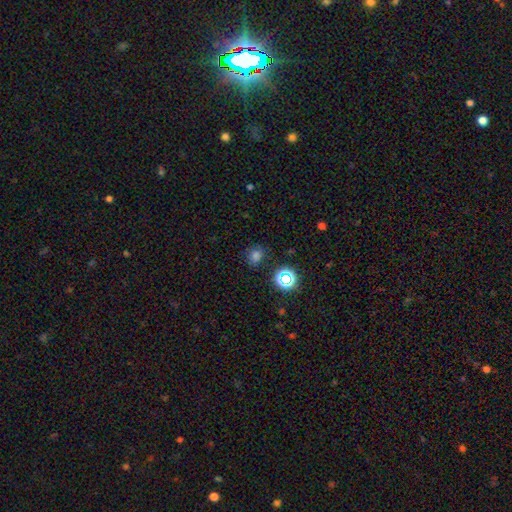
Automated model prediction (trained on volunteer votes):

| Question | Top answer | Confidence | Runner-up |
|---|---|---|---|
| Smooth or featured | smooth | 69% | star or artifact (25%) |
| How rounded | round | 64% | in between (35%) |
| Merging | none | 79% | minor disturbance (14%) |